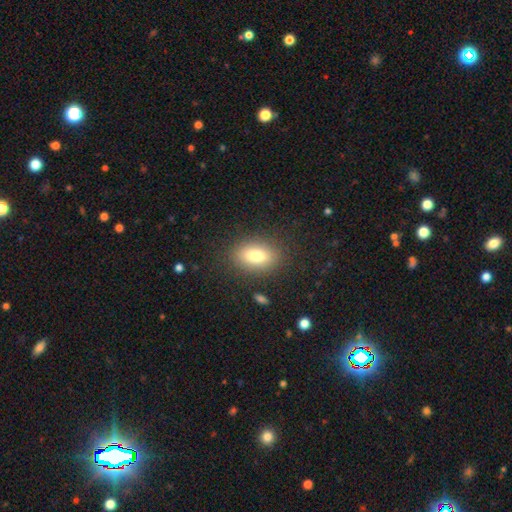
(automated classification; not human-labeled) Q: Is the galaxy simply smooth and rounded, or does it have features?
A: smooth — 78%.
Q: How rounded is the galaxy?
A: in between — 84%.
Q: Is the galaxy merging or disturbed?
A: none — 86%.